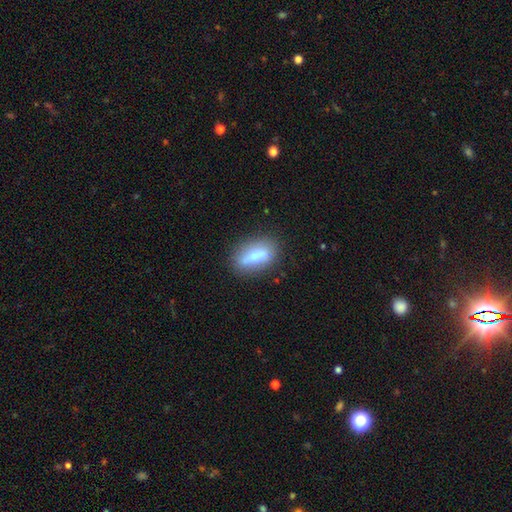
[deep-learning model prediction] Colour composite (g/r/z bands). It shows a smooth galaxy with no disk features (61%) that is in between round and cigar-shaped (74%). Merging: none (76%).